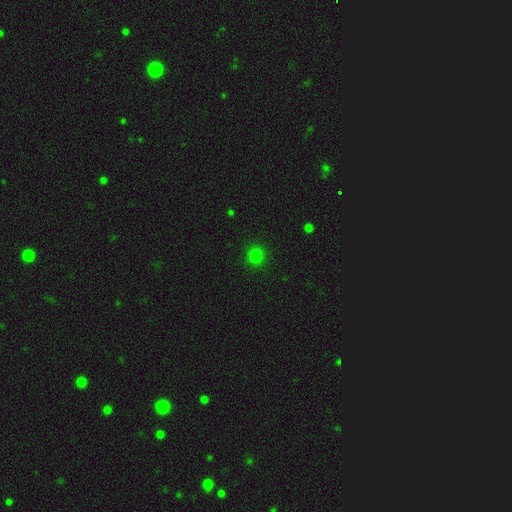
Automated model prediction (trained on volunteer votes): Morphology: type=smooth (78%); roundness=round (93%); merging=none (91%).